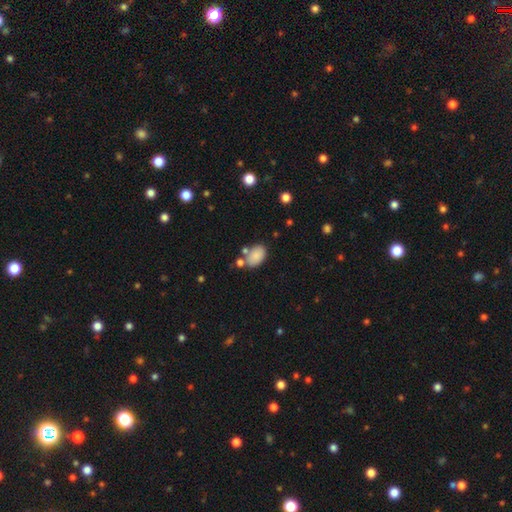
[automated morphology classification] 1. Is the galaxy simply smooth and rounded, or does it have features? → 84% smooth, 8% star or artifact, 7% featured or disk.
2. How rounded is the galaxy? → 90% in between, 9% round, 1% cigar-shaped.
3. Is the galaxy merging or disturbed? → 63% none, 16% minor disturbance, 16% merger, 5% major disturbance.